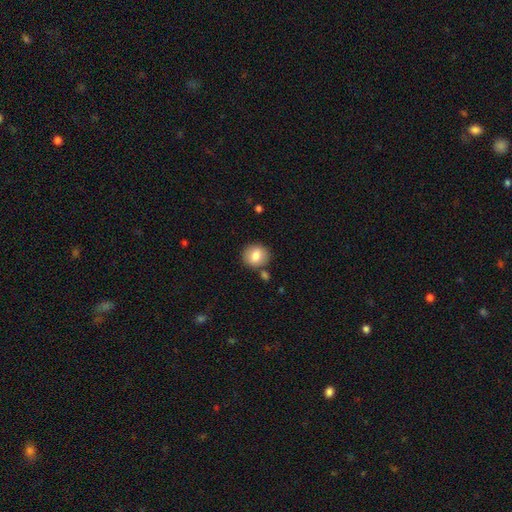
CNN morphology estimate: Q: Smooth or featured?
A: smooth (80%); runner-up: featured or disk (12%)
Q: How rounded?
A: round (81%); runner-up: in between (18%)
Q: Merging?
A: none (82%); runner-up: minor disturbance (9%)